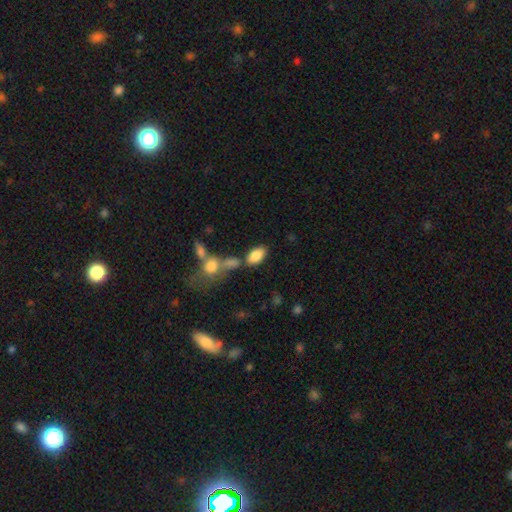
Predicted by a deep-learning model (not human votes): Morphology: type=smooth (84%); roundness=in between (93%); merging=none (63%).